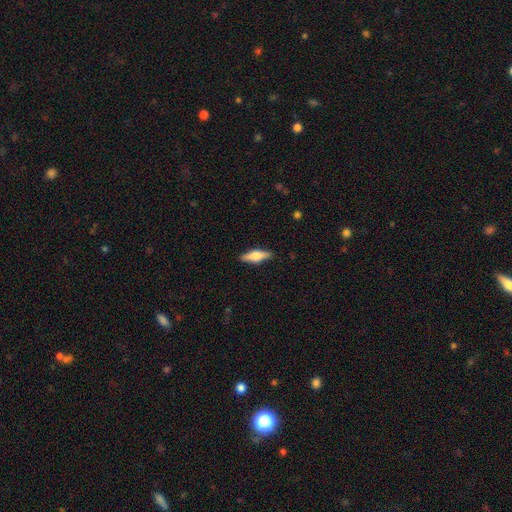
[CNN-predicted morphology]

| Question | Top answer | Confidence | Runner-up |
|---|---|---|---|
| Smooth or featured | featured or disk | 47% | tied: smooth (47%) |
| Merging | none | 88% | minor disturbance (9%) |